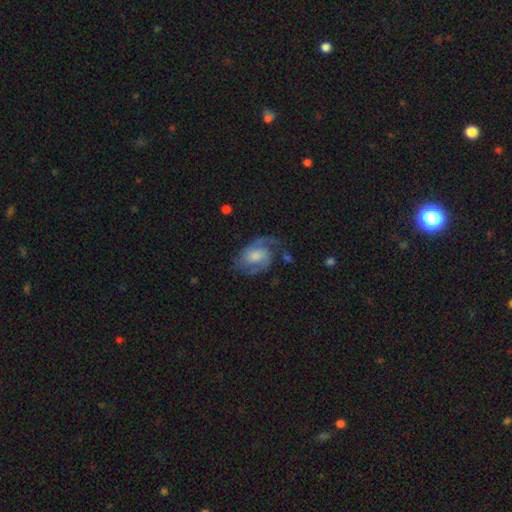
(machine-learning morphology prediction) Smooth or featured: featured or disk — 79% (smooth — 16%)
Edge-on disk: no — 98% (yes — 2%)
Bar: no — 58% (weak — 36%)
Spiral arms: yes — 94% (no — 6%)
Spiral winding: medium — 50% (tight — 27%)
Spiral arm count: 2 — 74% (1 — 10%)
Bulge size: moderate — 42% (small — 24%)
Merging: none — 57% (minor disturbance — 23%)